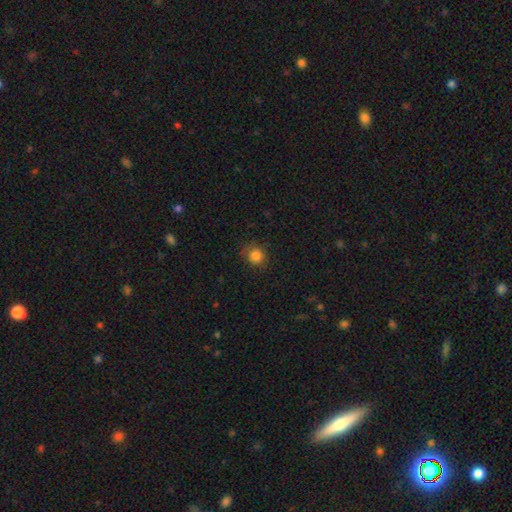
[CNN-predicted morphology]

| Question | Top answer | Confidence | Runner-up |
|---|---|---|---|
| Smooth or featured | smooth | 84% | star or artifact (12%) |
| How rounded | round | 89% | in between (10%) |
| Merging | none | 82% | minor disturbance (14%) |